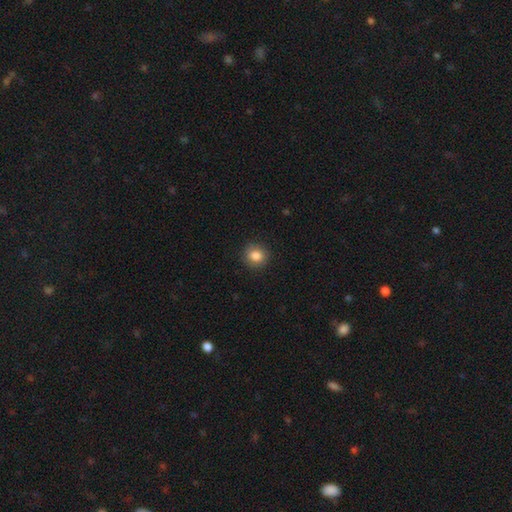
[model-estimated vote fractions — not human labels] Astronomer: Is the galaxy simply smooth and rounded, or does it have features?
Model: smooth — 86%.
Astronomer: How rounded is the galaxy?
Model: round — 81%.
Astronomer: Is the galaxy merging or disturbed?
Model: none — 88%.